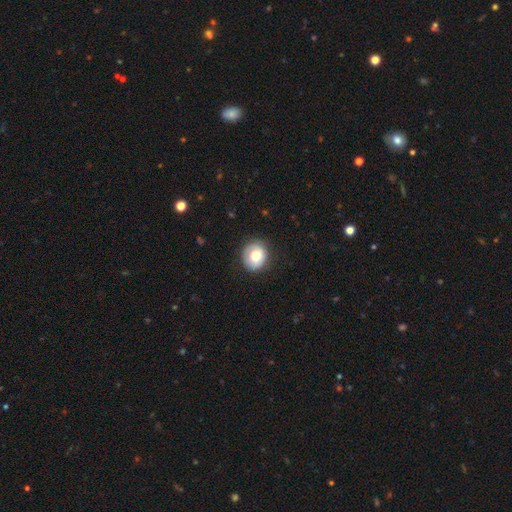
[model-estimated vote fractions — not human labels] smooth_or_featured: smooth (p=0.74) [alt: featured or disk p=0.18]
how_rounded: round (p=0.81) [alt: in between p=0.18]
merging: none (p=0.82) [alt: minor disturbance p=0.13]